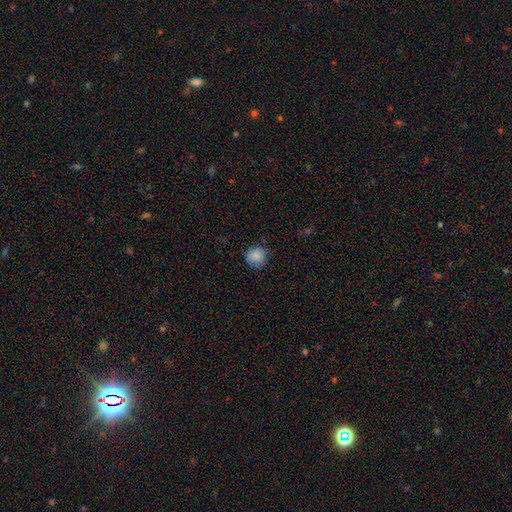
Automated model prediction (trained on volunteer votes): Smooth or featured?
  - smooth: 86% *
  - star or artifact: 9%
  - featured or disk: 5%
How rounded?
  - round: 90% *
  - in between: 9%
  - cigar-shaped: 1%
Merging?
  - none: 77% *
  - minor disturbance: 18%
  - major disturbance: 3%
  - merger: 1%